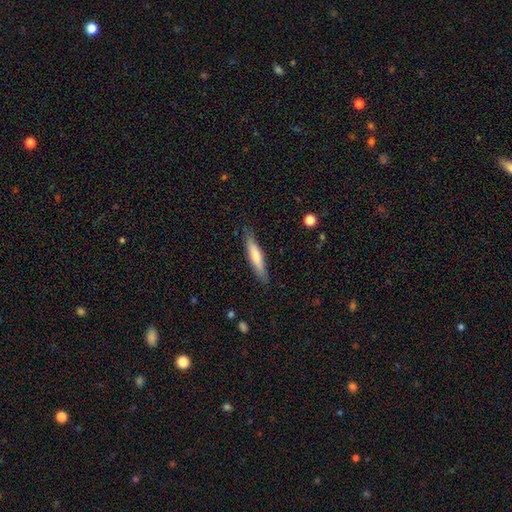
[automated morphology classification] smooth 67%, featured or disk 27%, star or artifact 6%. Down the decision tree: how rounded — cigar-shaped (86%); merging — none (85%).